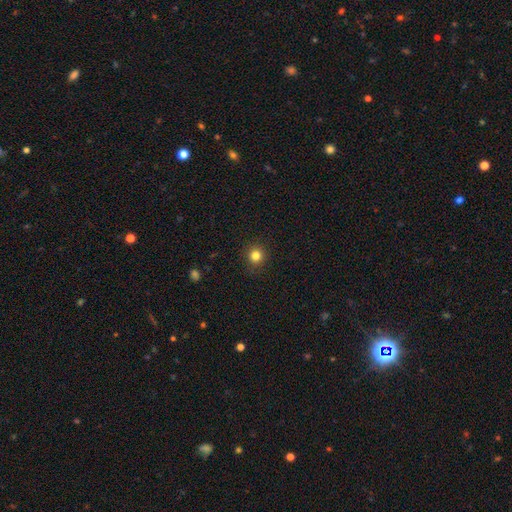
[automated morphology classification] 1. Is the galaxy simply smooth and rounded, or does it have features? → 82% smooth, 13% star or artifact, 5% featured or disk.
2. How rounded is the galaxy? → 94% round, 5% in between, 1% cigar-shaped.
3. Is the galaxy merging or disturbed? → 91% none, 6% minor disturbance, 2% major disturbance, 1% merger.